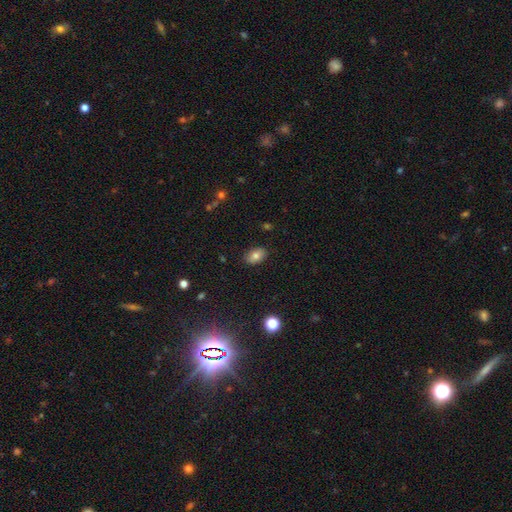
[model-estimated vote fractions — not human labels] Morphology: type=smooth (78%); roundness=in between (88%); merging=none (87%).